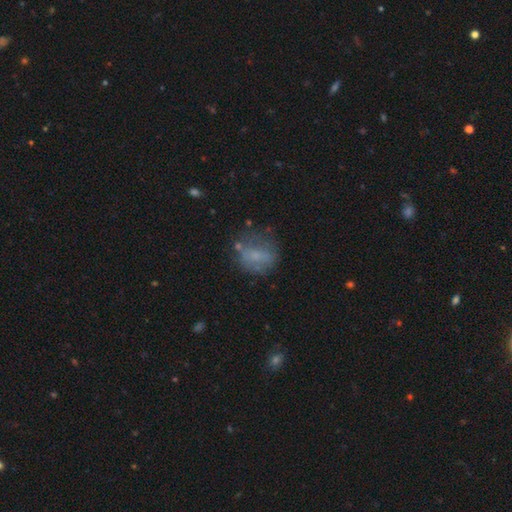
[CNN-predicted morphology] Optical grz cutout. It shows a smooth galaxy with no disk features (56%) that is round (64%). Merging: none (55%).